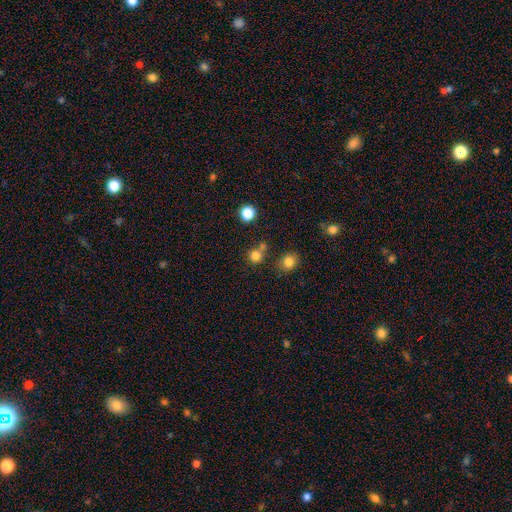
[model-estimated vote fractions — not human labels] Q: Smooth or featured?
A: smooth (79%); runner-up: star or artifact (15%)
Q: How rounded?
A: round (88%); runner-up: in between (11%)
Q: Merging?
A: none (62%); runner-up: merger (24%)